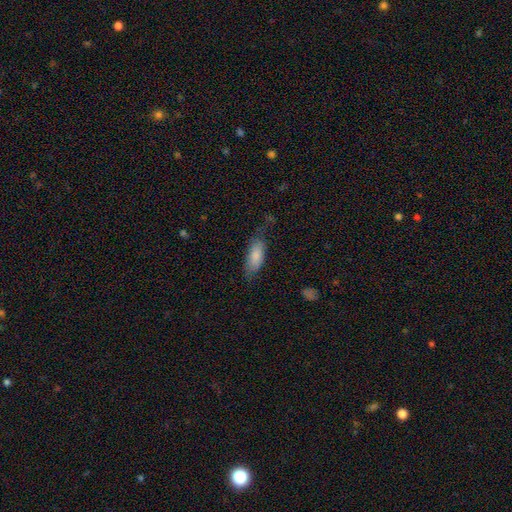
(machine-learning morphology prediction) Q: Smooth or featured?
A: smooth (83%); runner-up: featured or disk (11%)
Q: How rounded?
A: in between (81%); runner-up: cigar-shaped (17%)
Q: Merging?
A: none (62%); runner-up: minor disturbance (26%)